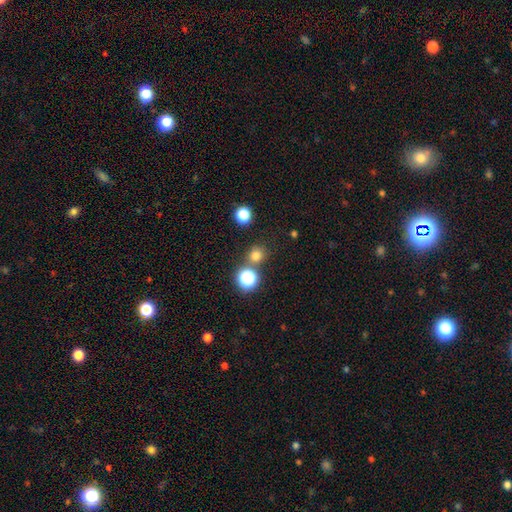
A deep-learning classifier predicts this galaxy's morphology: smooth 73%, star or artifact 22%, featured or disk 5%. Down the decision tree: how rounded — round (87%); merging — none (76%).